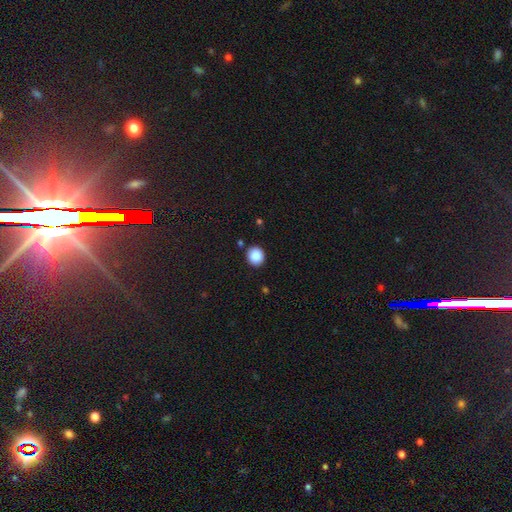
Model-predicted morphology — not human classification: Smooth or featured?
  - smooth: 88% *
  - star or artifact: 9%
  - featured or disk: 3%
How rounded?
  - round: 82% *
  - in between: 17%
  - cigar-shaped: 1%
Merging?
  - none: 88% *
  - minor disturbance: 7%
  - merger: 3%
  - major disturbance: 2%